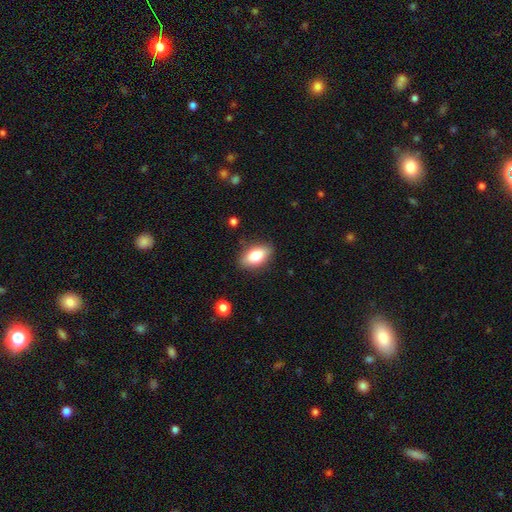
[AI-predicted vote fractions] The model was most divided on "smooth or featured": smooth: 78%, featured or disk: 14%, star or artifact: 7%. More confident: how rounded — in between (89%); merging — none (85%).